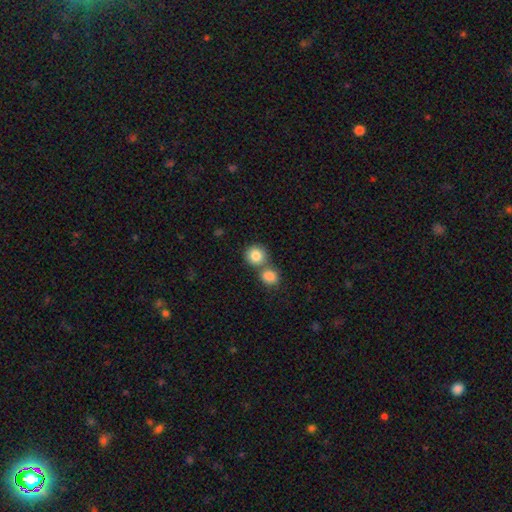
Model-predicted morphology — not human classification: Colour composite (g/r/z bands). It shows a smooth galaxy with no disk features (84%) that is round (88%). Merging: none (48%).